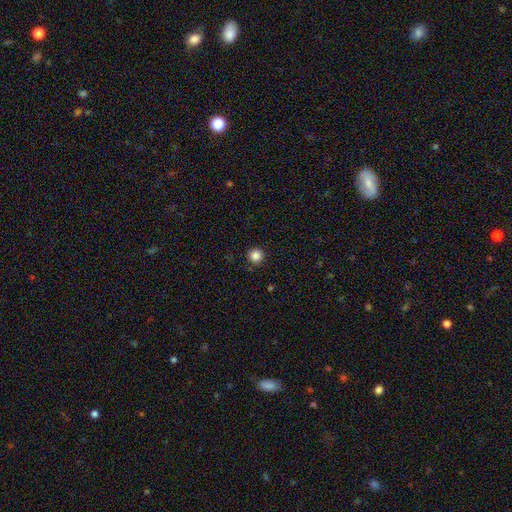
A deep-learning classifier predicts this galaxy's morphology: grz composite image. It shows a smooth galaxy with no disk features (85%) that is round (96%). Merging: none (91%).